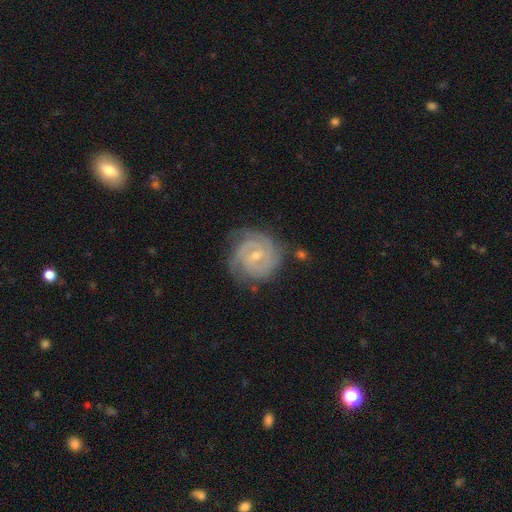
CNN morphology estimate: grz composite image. It shows a featured or disk galaxy (88%) with no bar (50%), 3 (36%) tight (76%) spiral arms (98%) and a small central bulge (60%). Merging: none (76%).